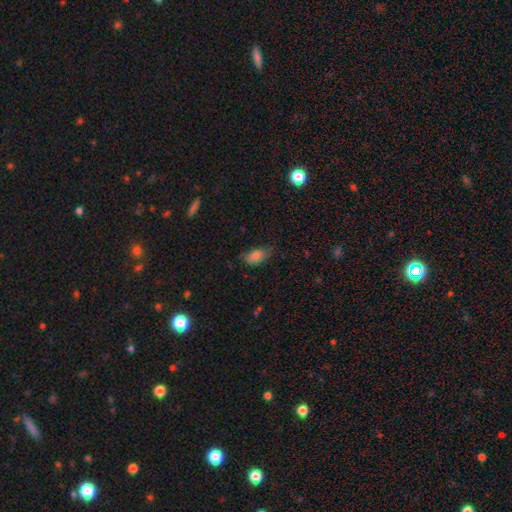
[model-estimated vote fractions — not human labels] smooth_or_featured: smooth (p=0.80) [alt: featured or disk p=0.12]
how_rounded: in between (p=0.90) [alt: round p=0.07]
merging: none (p=0.58) [alt: minor disturbance p=0.33]